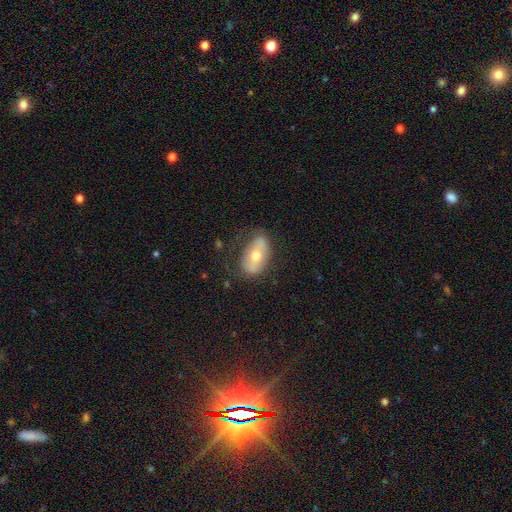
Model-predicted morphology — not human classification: This is possibly a featured or disk galaxy (48%). Merging: likely none (66%).